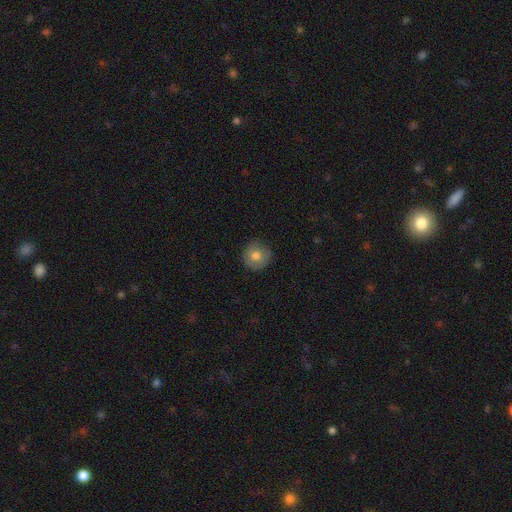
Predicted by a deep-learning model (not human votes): A smooth galaxy with no disk features (75%) that is round (94%).

Vote fractions:
- Smooth or featured? smooth: 75% / featured or disk: 17% / star or artifact: 8%
- How rounded? round: 94% / in between: 5% / cigar-shaped: 1%
- Merging? none: 86% / minor disturbance: 11% / major disturbance: 2% / merger: 1%